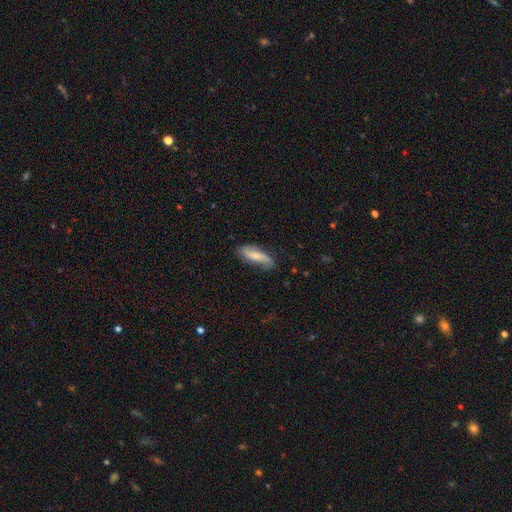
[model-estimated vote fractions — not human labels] Smooth or featured: smooth — 47% (featured or disk — 46%)
Merging: none — 71% (minor disturbance — 22%)